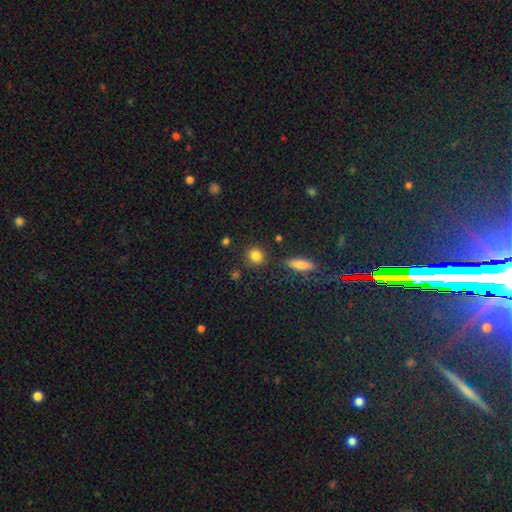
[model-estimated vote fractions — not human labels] Overall: smooth (84%). How rounded: round (82%). Merging: none (83%).